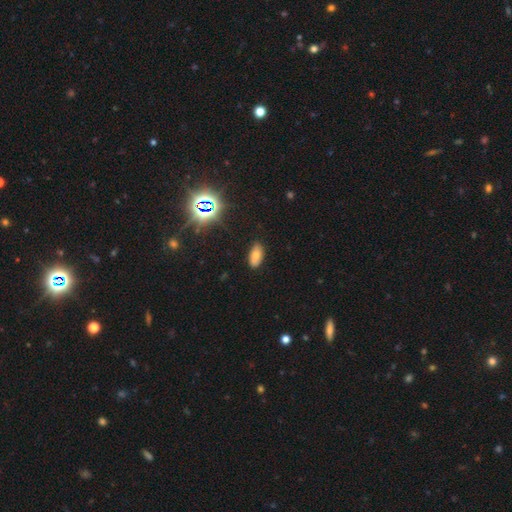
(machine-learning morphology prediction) Q: Smooth or featured?
A: smooth (66%); runner-up: star or artifact (19%)
Q: How rounded?
A: in between (91%); runner-up: cigar-shaped (6%)
Q: Merging?
A: none (84%); runner-up: minor disturbance (12%)